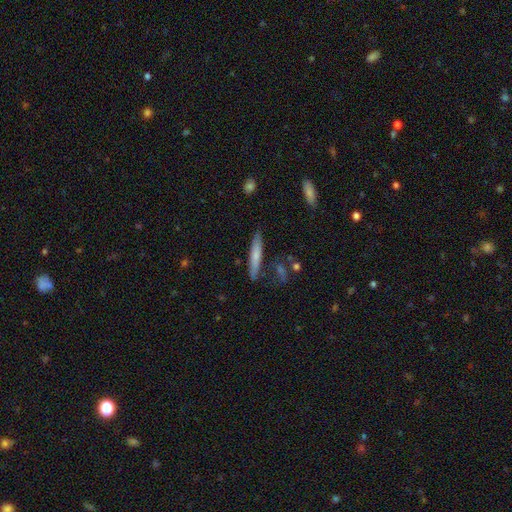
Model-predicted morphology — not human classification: Smooth or featured? smooth (66%)
How rounded? cigar-shaped (91%)
Merging? none (81%)